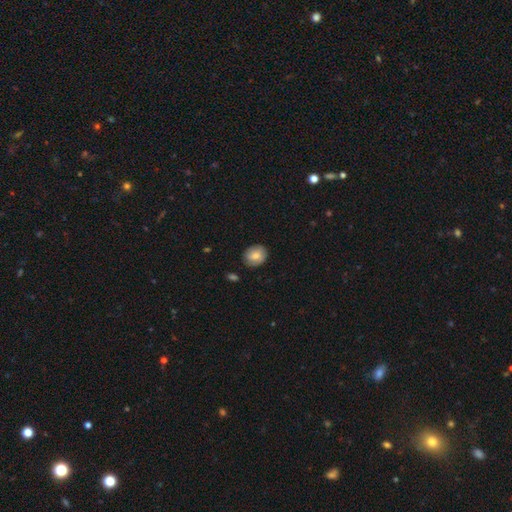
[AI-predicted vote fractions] Overall: smooth (77%). How rounded: round (59%; in between 40%). Merging: none (82%).